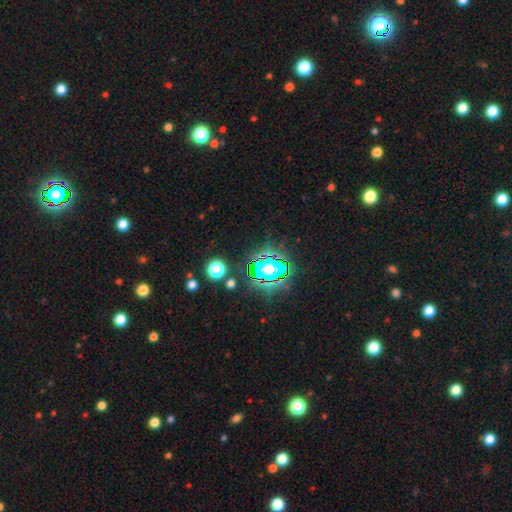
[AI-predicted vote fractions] A star or artifact, not a galaxy (81%).

Vote fractions:
- Smooth or featured? star or artifact: 81% / smooth: 12% / featured or disk: 7%